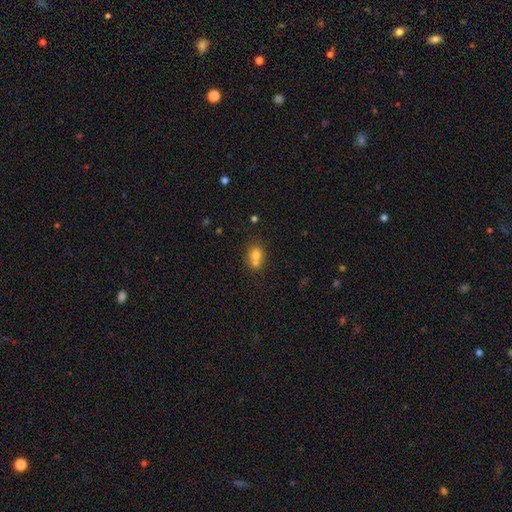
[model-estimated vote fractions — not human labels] Morphology: type=smooth (70%); roundness=round (66%); merging=merger (56%).